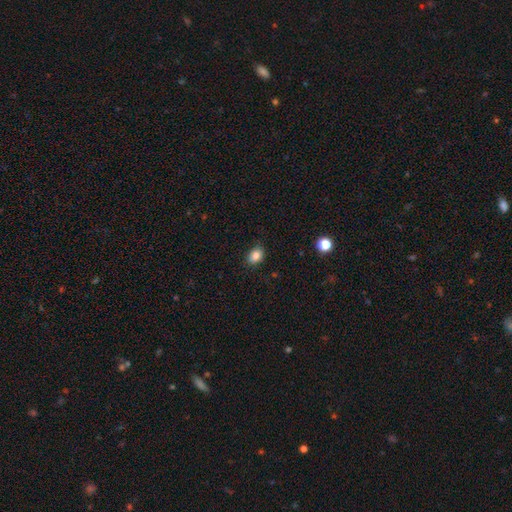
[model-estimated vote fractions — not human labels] Smooth or featured: smooth — 84% (star or artifact — 10%)
How rounded: in between — 73% (round — 26%)
Merging: none — 86% (minor disturbance — 11%)